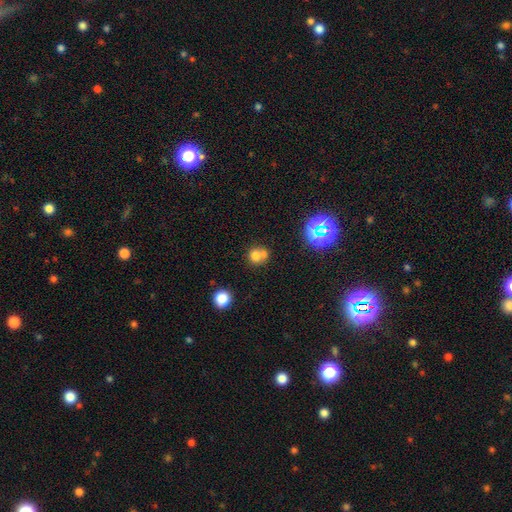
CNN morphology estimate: Smooth or featured? smooth (70%)
How rounded? round (82%)
Merging? merger (47%)